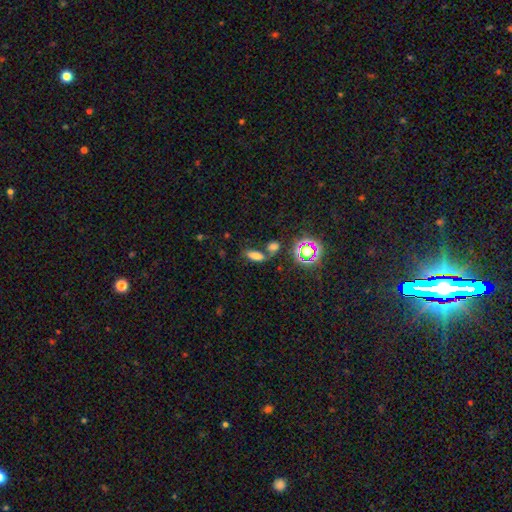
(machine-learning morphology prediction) smooth-or-featured: smooth: 70% | star or artifact: 22% | featured or disk: 8%
  how-rounded: in between: 77% | cigar-shaped: 14% | round: 9%
  merging: none: 52% | merger: 30% | minor disturbance: 12% | major disturbance: 6%